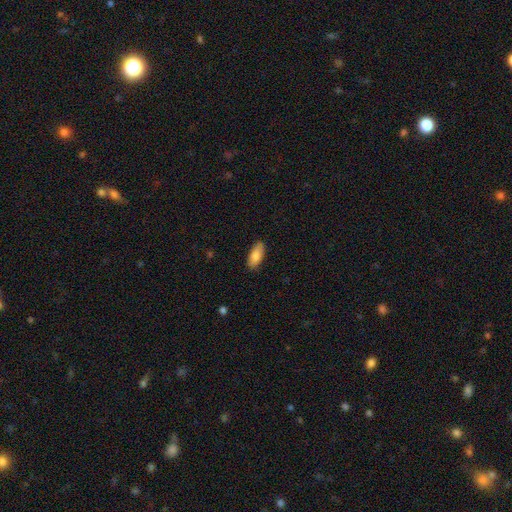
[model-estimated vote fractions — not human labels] This appears to be a smooth galaxy with no disk features (84%) that is in between round and cigar-shaped (80%). Merging: none (86%).